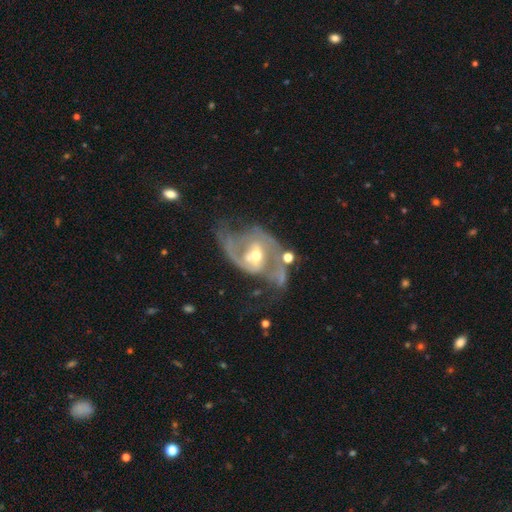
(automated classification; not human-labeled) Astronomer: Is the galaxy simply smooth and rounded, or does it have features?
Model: featured or disk — 88%.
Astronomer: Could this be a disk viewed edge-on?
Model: no — 97%.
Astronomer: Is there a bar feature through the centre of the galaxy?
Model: weak — 41% (runner-up: strong, 37%).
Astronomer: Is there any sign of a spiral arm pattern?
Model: yes — 90%.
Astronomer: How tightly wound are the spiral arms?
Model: medium — 48% (runner-up: loose, 34%).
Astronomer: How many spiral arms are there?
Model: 2 — 83%.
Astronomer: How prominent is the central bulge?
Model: moderate — 62%.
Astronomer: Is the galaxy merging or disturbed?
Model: none — 38% (runner-up: major disturbance, 30%).